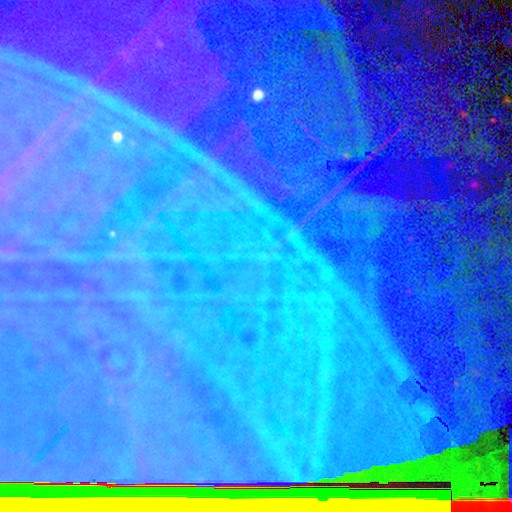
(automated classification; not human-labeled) This appears to be a star or artifact, not a galaxy (87%).